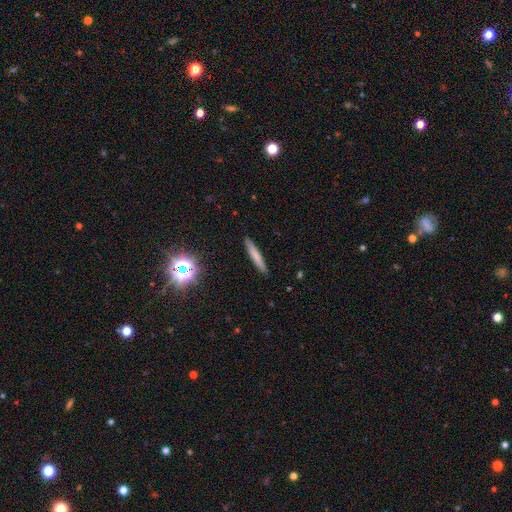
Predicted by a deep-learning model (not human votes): Morphology: type=smooth (70%); roundness=cigar-shaped (94%); merging=none (91%).